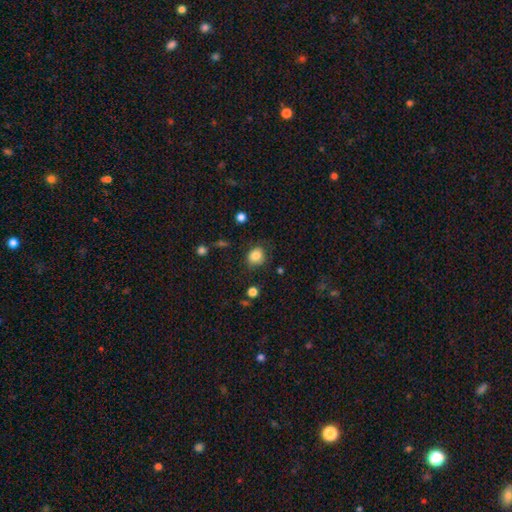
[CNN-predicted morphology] A smooth galaxy with no disk features (83%) that is round (66%). Merging: none (69%).